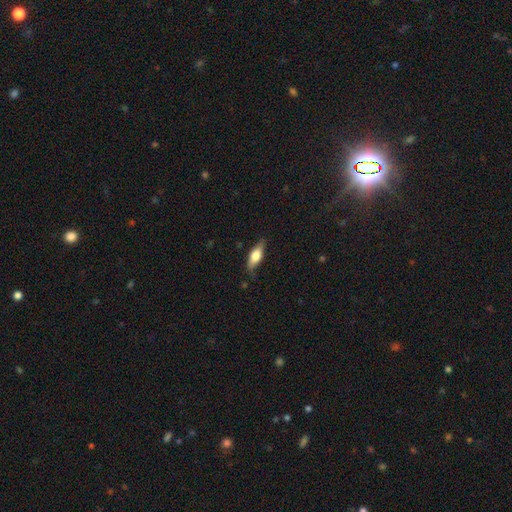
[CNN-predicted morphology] Smooth or featured? smooth (63%)
How rounded? in between (66%)
Merging? none (75%)